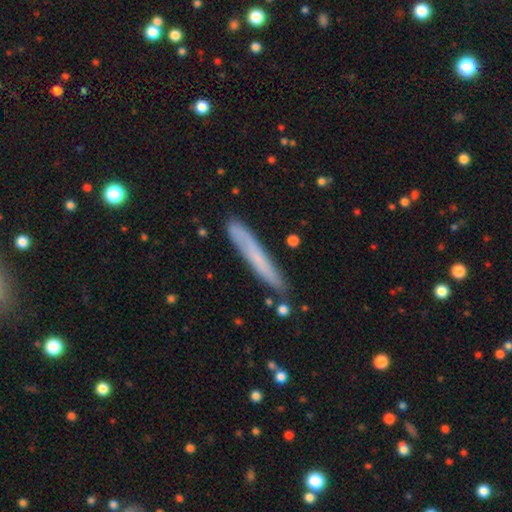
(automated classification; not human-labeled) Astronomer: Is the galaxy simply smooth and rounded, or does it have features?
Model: smooth — 61%.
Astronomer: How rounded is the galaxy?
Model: cigar-shaped — 96%.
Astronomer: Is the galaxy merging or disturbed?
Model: none — 83%.